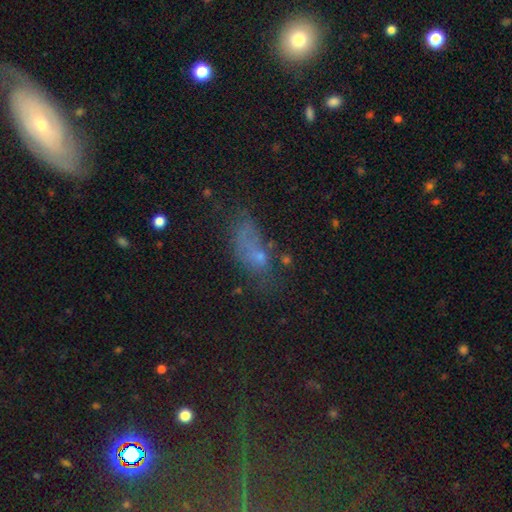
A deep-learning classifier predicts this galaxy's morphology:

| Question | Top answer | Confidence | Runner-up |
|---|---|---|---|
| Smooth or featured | smooth | 53% | featured or disk (25%) |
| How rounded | in between | 79% | cigar-shaped (14%) |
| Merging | none | 36% | major disturbance (29%) |